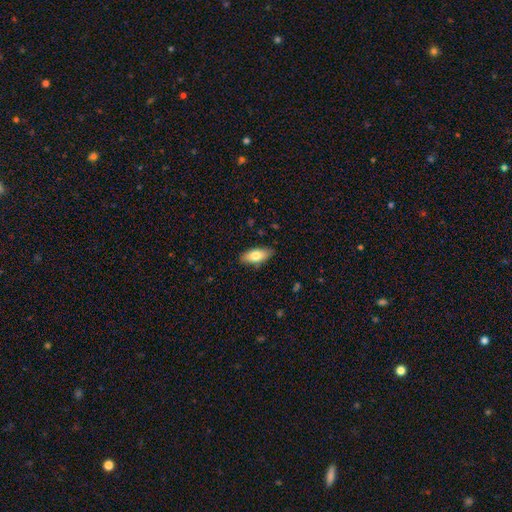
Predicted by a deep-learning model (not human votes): smooth_or_featured: smooth (p=0.78) [alt: featured or disk p=0.16]
how_rounded: in between (p=0.85) [alt: cigar-shaped p=0.12]
merging: none (p=0.86) [alt: minor disturbance p=0.11]